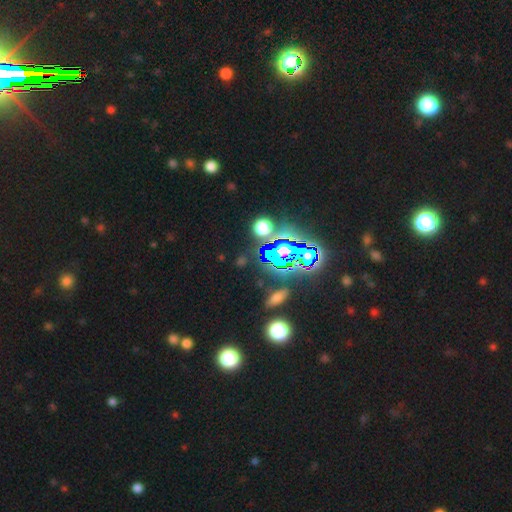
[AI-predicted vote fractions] This is likely a star or artifact rather than a galaxy (72%).